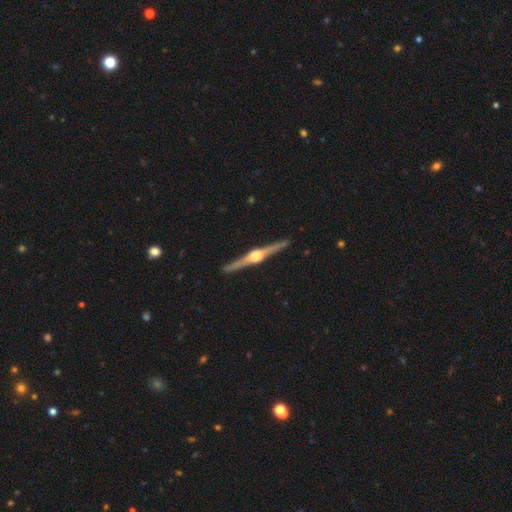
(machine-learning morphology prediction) Smooth or featured? featured or disk (89%)
Edge-on disk? yes (99%)
Edge-on bulge? rounded (93%)
Merging? none (92%)